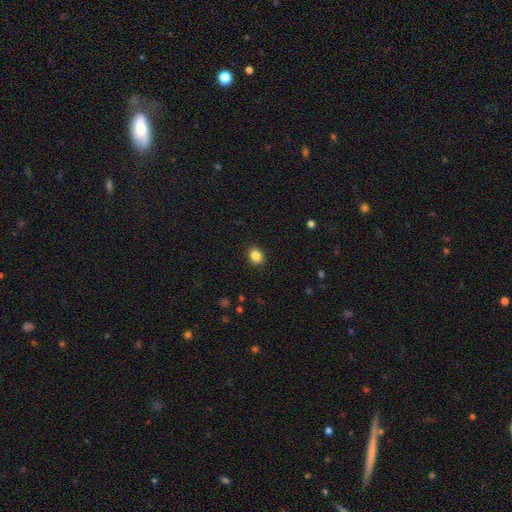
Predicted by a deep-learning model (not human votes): Overall: smooth (86%). How rounded: round (53%; in between 46%). Merging: none (90%).